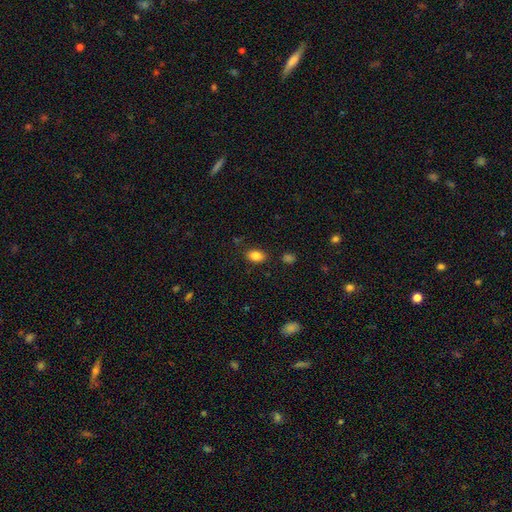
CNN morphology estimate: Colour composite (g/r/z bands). It shows a smooth galaxy with no disk features (85%) that is in between round and cigar-shaped (86%). Merging: none (83%).